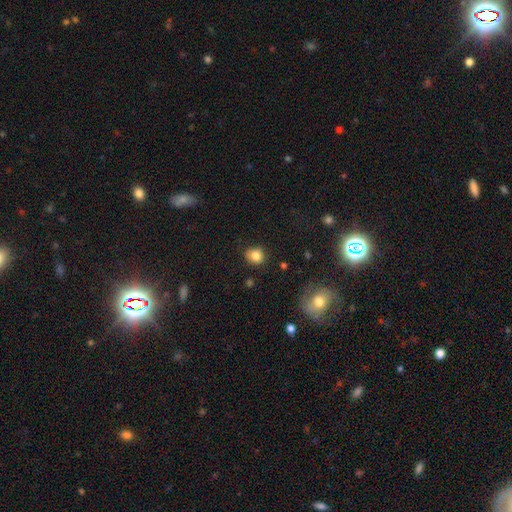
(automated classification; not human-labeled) The model was most divided on "how rounded": round: 75%, in between: 24%, cigar-shaped: 1%. More confident: smooth or featured — smooth (82%); merging — none (79%).